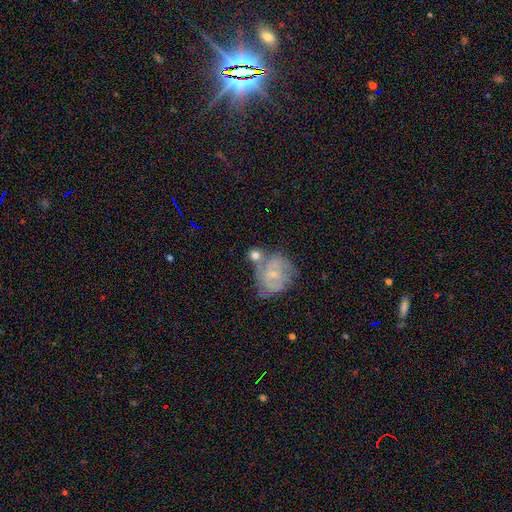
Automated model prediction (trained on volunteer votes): Smooth or featured: smooth — 55% (featured or disk — 35%)
How rounded: round — 79% (in between — 20%)
Merging: none — 46% (merger — 29%)